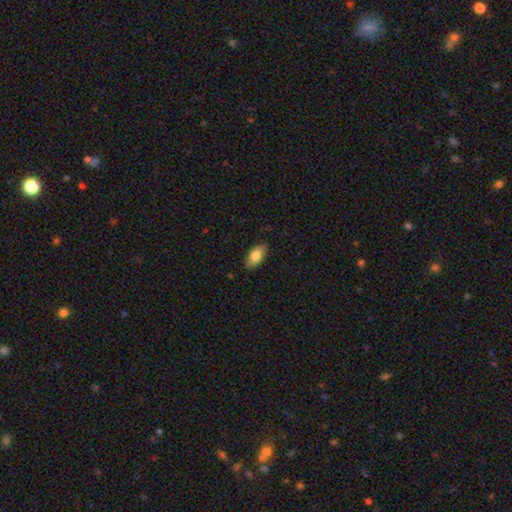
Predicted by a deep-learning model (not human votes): Smooth or featured?
  - smooth: 80% *
  - featured or disk: 13%
  - star or artifact: 7%
How rounded?
  - in between: 92% *
  - cigar-shaped: 5%
  - round: 4%
Merging?
  - none: 85% *
  - minor disturbance: 12%
  - major disturbance: 2%
  - merger: 1%